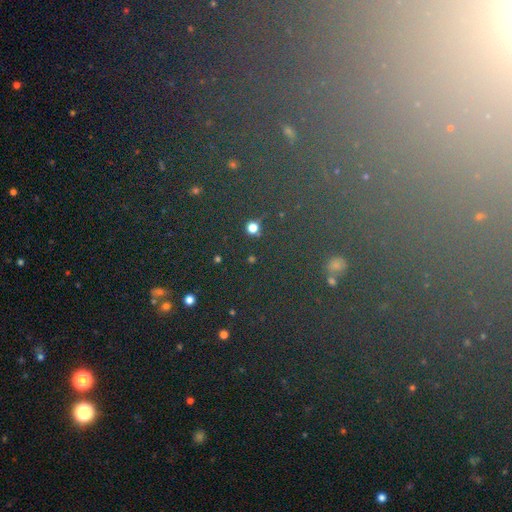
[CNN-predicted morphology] This appears to be a star or artifact, not a galaxy (74%).